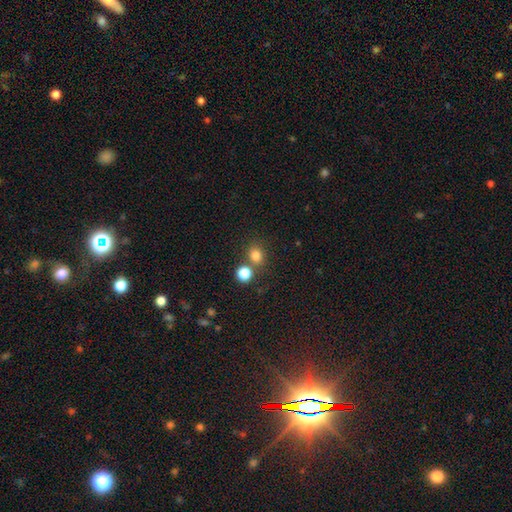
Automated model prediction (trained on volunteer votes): smooth 80%, star or artifact 15%, featured or disk 5%. Down the decision tree: how rounded — round (75%); merging — none (67%).